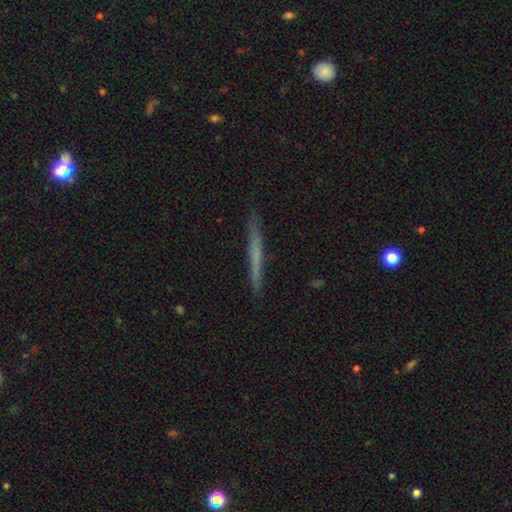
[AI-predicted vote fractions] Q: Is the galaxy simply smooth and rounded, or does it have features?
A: smooth — 50%.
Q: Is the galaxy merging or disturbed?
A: none — 91%.